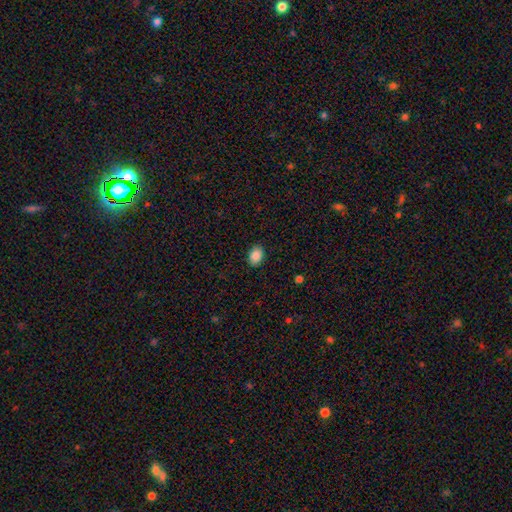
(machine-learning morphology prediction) type=smooth (88%); roundness=in between (74%); merging=none (89%).